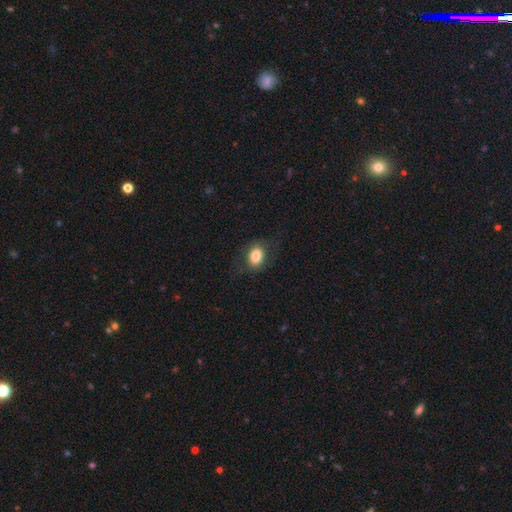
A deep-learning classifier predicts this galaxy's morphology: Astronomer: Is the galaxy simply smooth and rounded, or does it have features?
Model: smooth — 80%.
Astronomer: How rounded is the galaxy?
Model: in between — 65%.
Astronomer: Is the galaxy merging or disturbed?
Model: none — 77%.